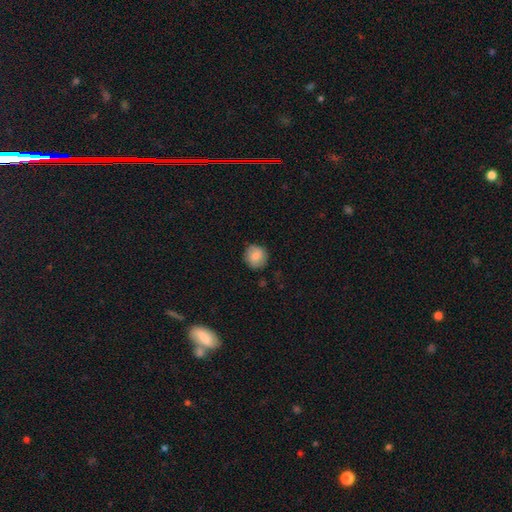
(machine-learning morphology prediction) smooth 84%, featured or disk 9%, star or artifact 8%. Down the decision tree: how rounded — round (87%); merging — none (84%).